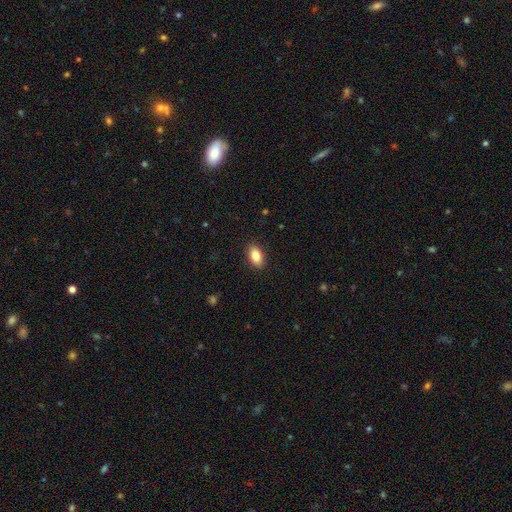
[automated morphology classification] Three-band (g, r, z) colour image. It shows a smooth galaxy with no disk features (85%) that is in between round and cigar-shaped (92%). Merging: none (89%).